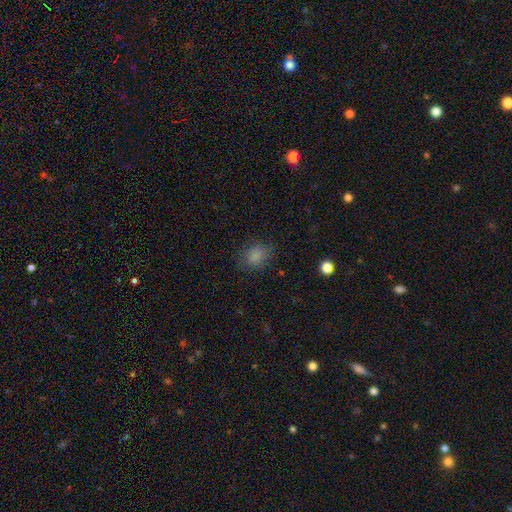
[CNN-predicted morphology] Smooth or featured: smooth — 83% (star or artifact — 12%)
How rounded: round — 58% (in between — 41%)
Merging: none — 75% (minor disturbance — 17%)